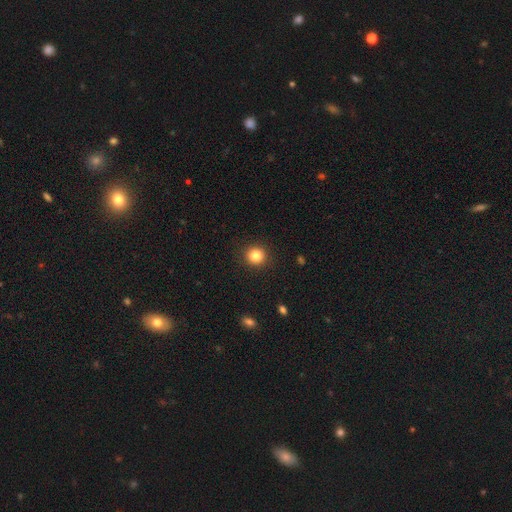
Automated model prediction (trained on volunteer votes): Smooth or featured?
  - smooth: 83% *
  - star or artifact: 11%
  - featured or disk: 6%
How rounded?
  - round: 92% *
  - in between: 7%
  - cigar-shaped: 1%
Merging?
  - none: 92% *
  - minor disturbance: 5%
  - major disturbance: 2%
  - merger: 1%